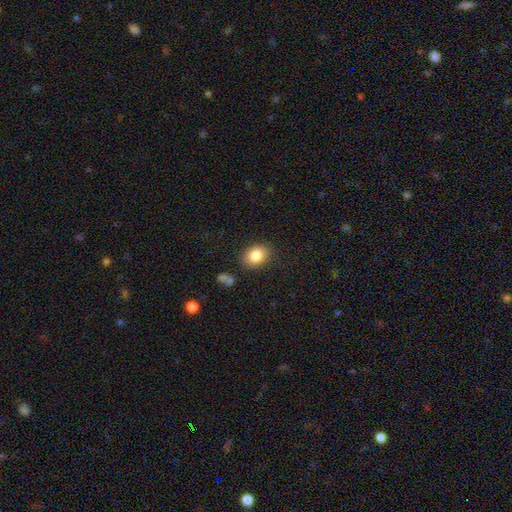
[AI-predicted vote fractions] smooth-or-featured: smooth: 84% | star or artifact: 9% | featured or disk: 7%
  how-rounded: in between: 62% | round: 37% | cigar-shaped: 1%
  merging: none: 84% | minor disturbance: 11% | major disturbance: 3% | merger: 2%